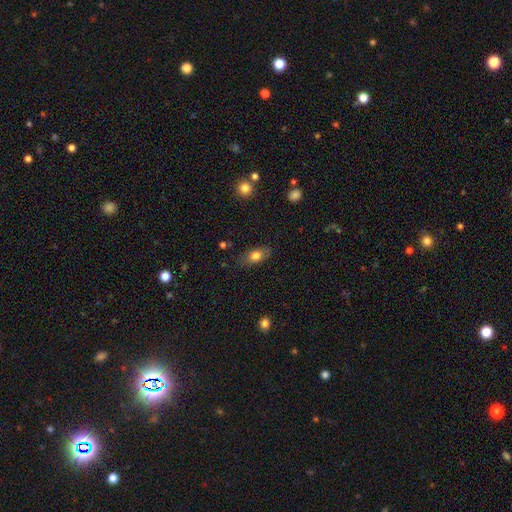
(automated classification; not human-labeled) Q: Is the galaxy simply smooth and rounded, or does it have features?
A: smooth — 77%.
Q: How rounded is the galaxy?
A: in between — 83%.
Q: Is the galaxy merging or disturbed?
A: none — 79%.